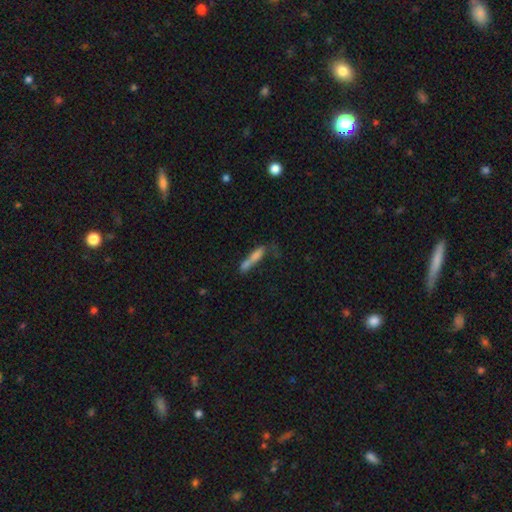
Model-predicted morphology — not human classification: A smooth galaxy with no disk features (68%) that is cigar-shaped (76%). Merging: merger (36%).